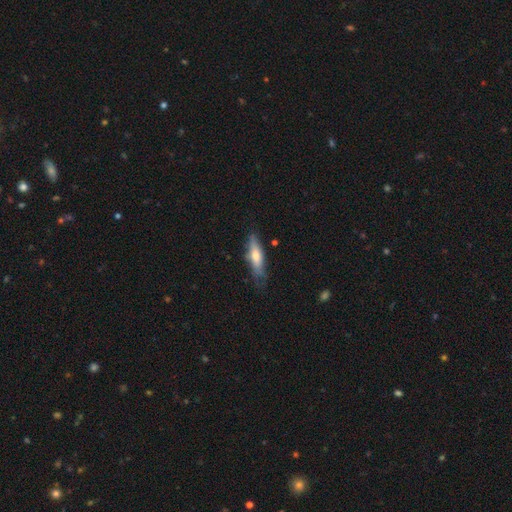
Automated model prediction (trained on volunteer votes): A smooth galaxy with no disk features (62%) that is cigar-shaped (63%).

Vote fractions:
- Smooth or featured? smooth: 62% / featured or disk: 33% / star or artifact: 6%
- How rounded? cigar-shaped: 63% / in between: 36% / round: 2%
- Merging? none: 63% / minor disturbance: 27% / major disturbance: 7% / merger: 2%